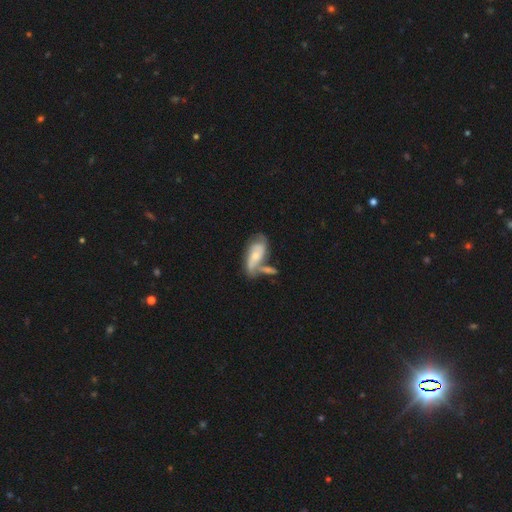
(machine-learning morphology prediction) Smooth or featured? featured or disk (60%)
Edge-on disk? no (91%)
Bar? no (65%)
Spiral arms? yes (81%)
Bulge size? small (51%)
Merging? merger (39%)